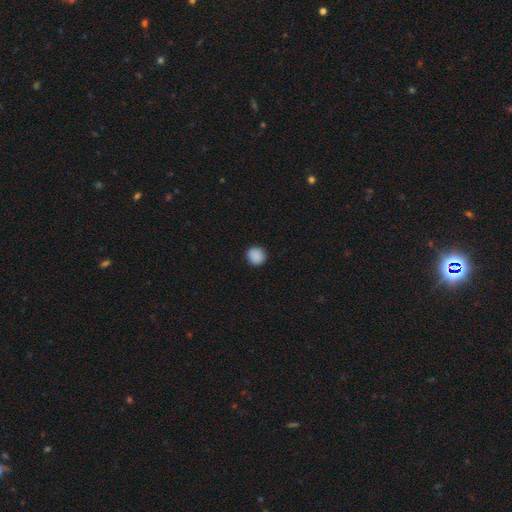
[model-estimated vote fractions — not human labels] Morphology: type=smooth (89%); roundness=round (91%); merging=none (91%).